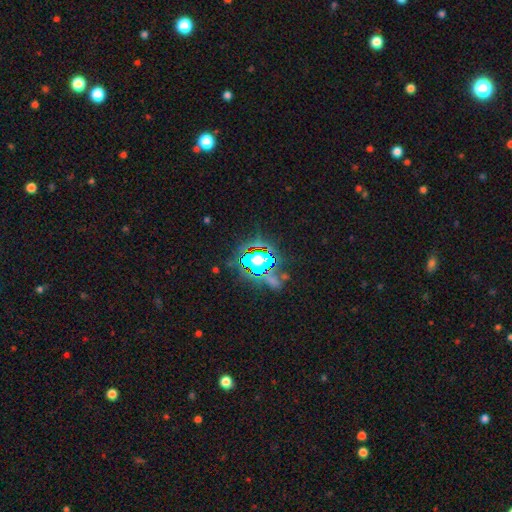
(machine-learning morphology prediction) This appears to be a star or artifact, not a galaxy (60%).